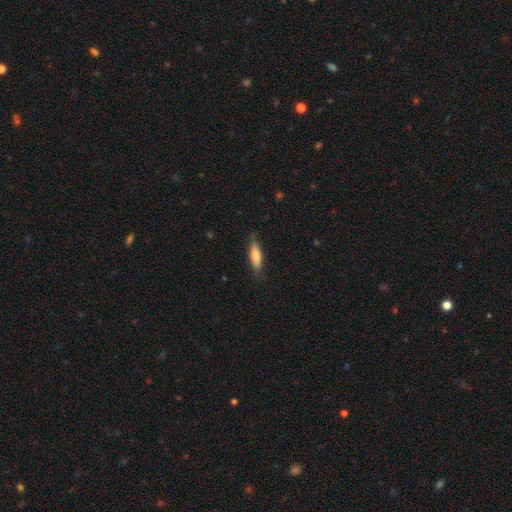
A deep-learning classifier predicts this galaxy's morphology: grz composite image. It shows a smooth galaxy with no disk features (73%) that is cigar-shaped (68%). Merging: none (81%).